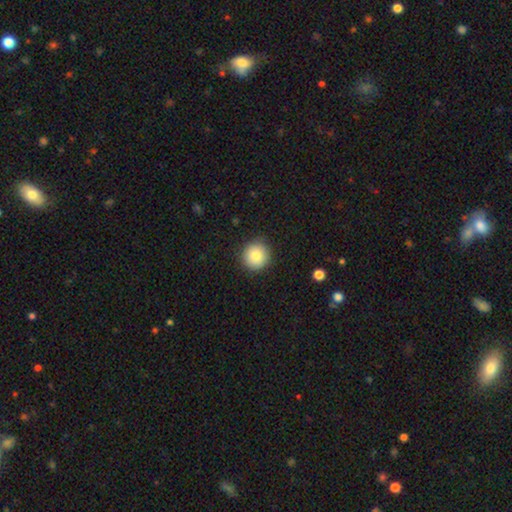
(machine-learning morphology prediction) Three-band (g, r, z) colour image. It shows a smooth galaxy with no disk features (83%) that is round (93%). Merging: none (88%).